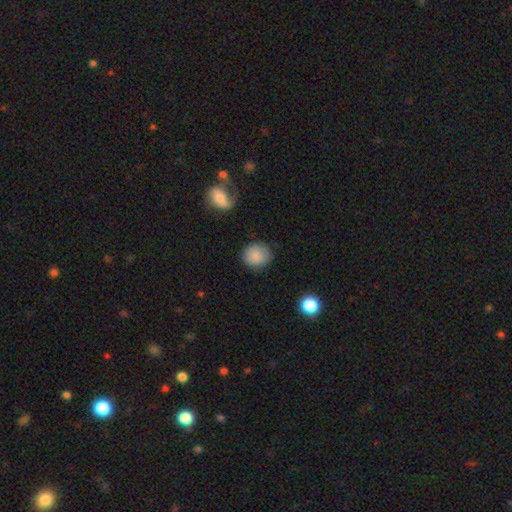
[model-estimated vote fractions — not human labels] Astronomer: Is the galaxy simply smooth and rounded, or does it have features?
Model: smooth — 86%.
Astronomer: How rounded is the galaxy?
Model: round — 84%.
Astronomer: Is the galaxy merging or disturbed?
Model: none — 81%.